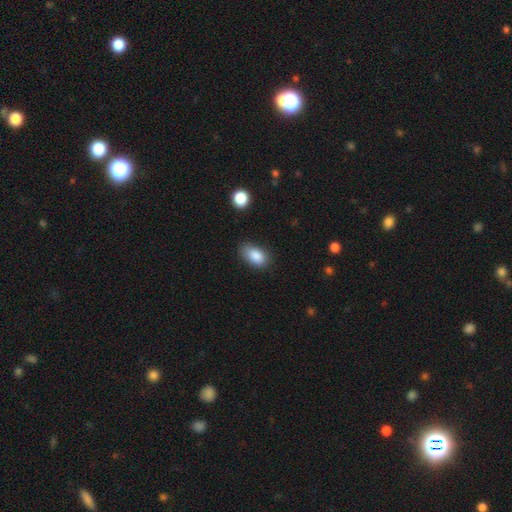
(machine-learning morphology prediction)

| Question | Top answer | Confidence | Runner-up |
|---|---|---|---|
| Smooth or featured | smooth | 87% | star or artifact (8%) |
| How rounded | in between | 90% | round (8%) |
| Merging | none | 75% | minor disturbance (19%) |